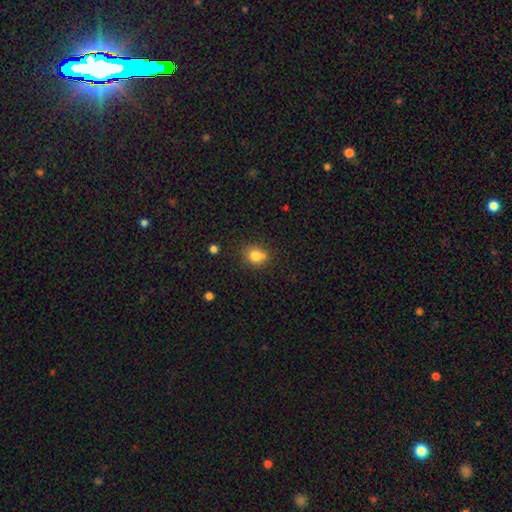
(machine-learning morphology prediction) smooth 79%, star or artifact 12%, featured or disk 9%. Down the decision tree: how rounded — round (70%); merging — none (65%).